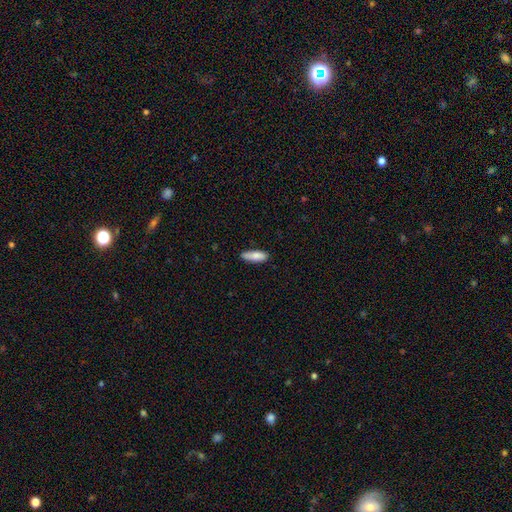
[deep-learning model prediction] Smooth or featured? Predicted: smooth (p=0.84). How rounded? Predicted: in between (p=0.56). Merging? Predicted: none (p=0.81).